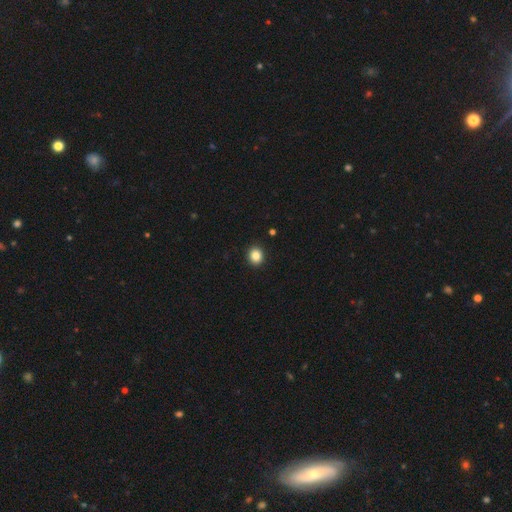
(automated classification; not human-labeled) A smooth galaxy with no disk features (85%) that is round (76%).

Vote fractions:
- Smooth or featured? smooth: 85% / star or artifact: 10% / featured or disk: 4%
- How rounded? round: 76% / in between: 24% / cigar-shaped: 1%
- Merging? none: 92% / minor disturbance: 5% / major disturbance: 2% / merger: 1%